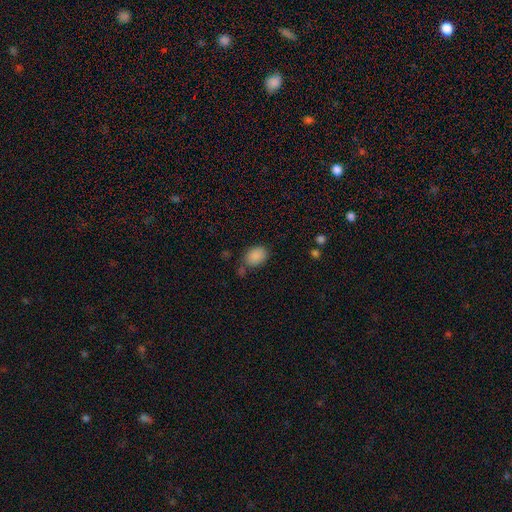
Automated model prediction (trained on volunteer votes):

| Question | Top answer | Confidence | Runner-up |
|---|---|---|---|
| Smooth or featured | smooth | 87% | star or artifact (9%) |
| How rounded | in between | 70% | round (29%) |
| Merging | none | 69% | minor disturbance (18%) |